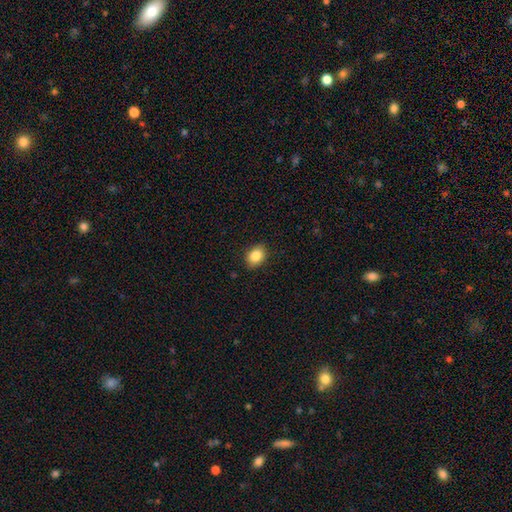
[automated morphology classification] A smooth galaxy with no disk features (86%) that is in between round and cigar-shaped (64%).

Vote fractions:
- Smooth or featured? smooth: 86% / star or artifact: 9% / featured or disk: 5%
- How rounded? in between: 64% / round: 35% / cigar-shaped: 1%
- Merging? none: 87% / minor disturbance: 10% / major disturbance: 2% / merger: 1%